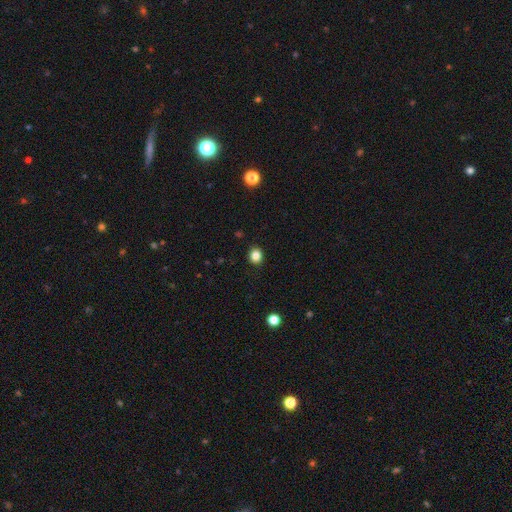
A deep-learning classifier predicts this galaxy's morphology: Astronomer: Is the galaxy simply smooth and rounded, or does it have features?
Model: smooth — 84%.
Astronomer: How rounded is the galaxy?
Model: round — 72%.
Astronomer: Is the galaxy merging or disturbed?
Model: none — 90%.